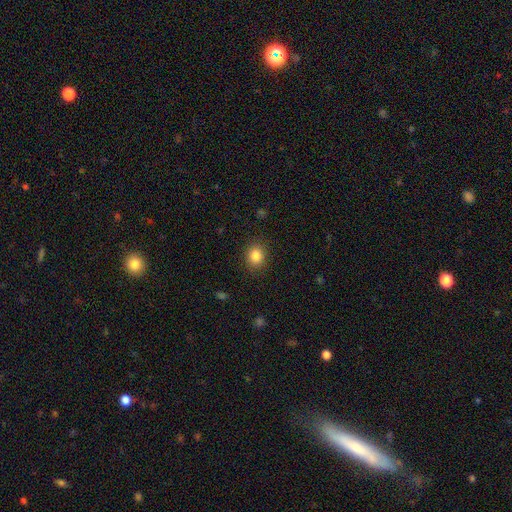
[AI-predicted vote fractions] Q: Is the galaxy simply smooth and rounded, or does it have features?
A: smooth — 85%.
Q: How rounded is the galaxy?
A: round — 69%.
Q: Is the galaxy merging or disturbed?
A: none — 87%.